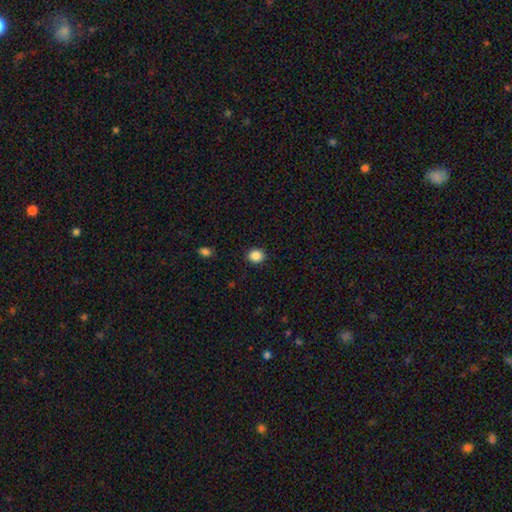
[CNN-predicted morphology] Smooth or featured? smooth (87%)
How rounded? round (71%)
Merging? none (90%)